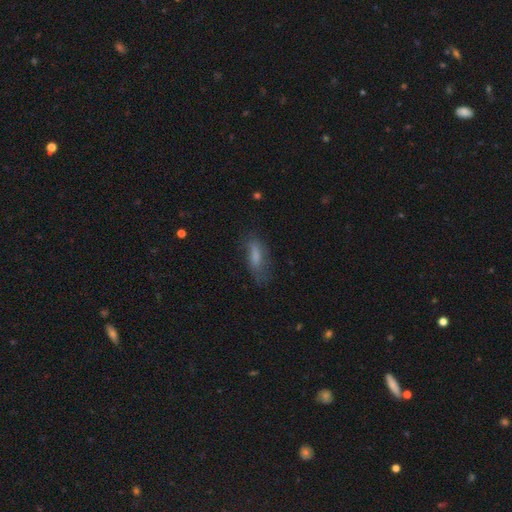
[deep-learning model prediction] smooth-or-featured: smooth: 68% | featured or disk: 22% | star or artifact: 10%
  how-rounded: in between: 60% | cigar-shaped: 38% | round: 2%
  merging: none: 58% | minor disturbance: 26% | major disturbance: 14% | merger: 2%